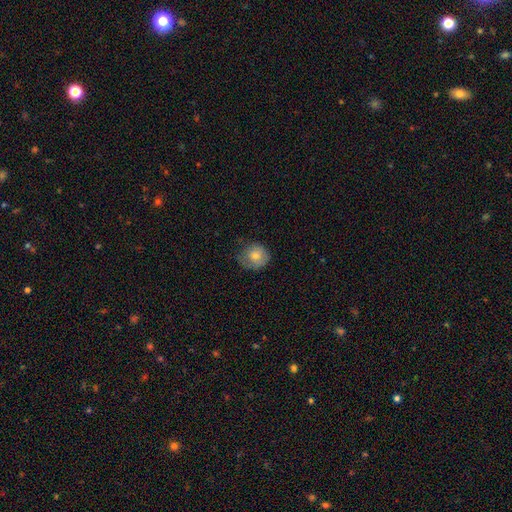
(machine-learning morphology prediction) smooth 78%, featured or disk 14%, star or artifact 8%. Down the decision tree: how rounded — round (81%); merging — none (60%).